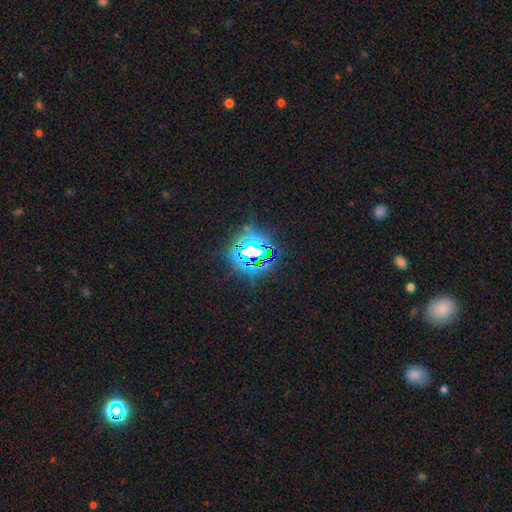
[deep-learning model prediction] A star or artifact, not a galaxy (79%).

Vote fractions:
- Smooth or featured? star or artifact: 79% / smooth: 12% / featured or disk: 8%